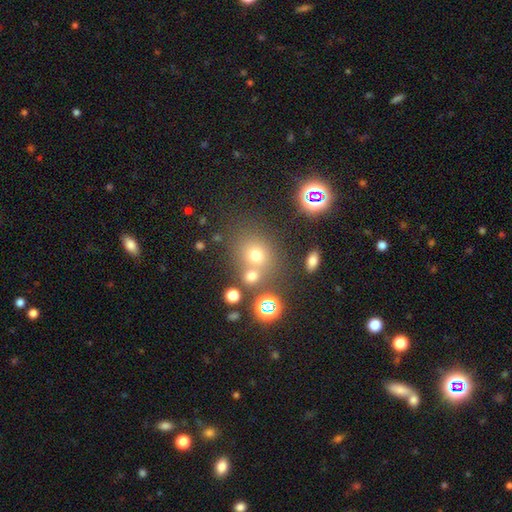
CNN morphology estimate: type=smooth (62%); roundness=round (77%); merging=none (60%).